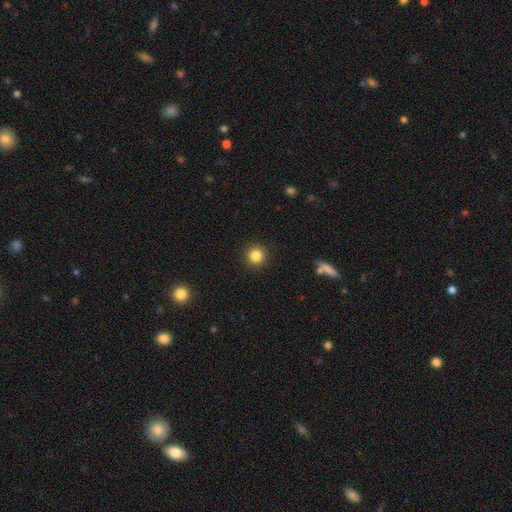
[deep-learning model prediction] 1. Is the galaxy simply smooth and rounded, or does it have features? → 84% smooth, 11% star or artifact, 5% featured or disk.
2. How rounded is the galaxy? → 94% round, 5% in between, 1% cigar-shaped.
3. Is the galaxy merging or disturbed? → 92% none, 5% minor disturbance, 2% major disturbance, 1% merger.